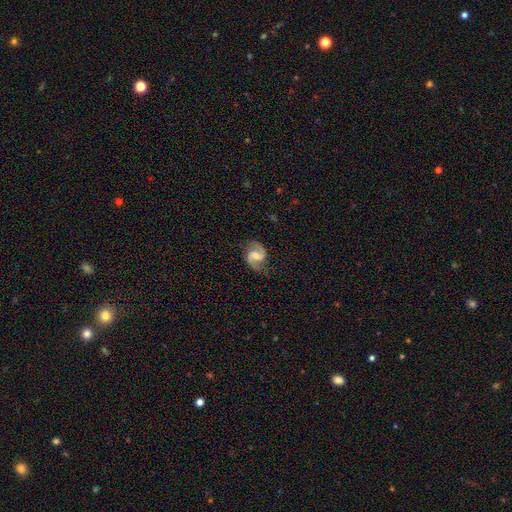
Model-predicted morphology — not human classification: Overall: featured or disk (89%). Edge-on disk: no (98%). Bar: weak (55%; no 25%). Spiral arms: yes (98%). Spiral arm count: 2 (94%). Spiral winding: medium (57%; loose 29%). Bulge size: moderate (41%; small 36%). Merging: none (81%).